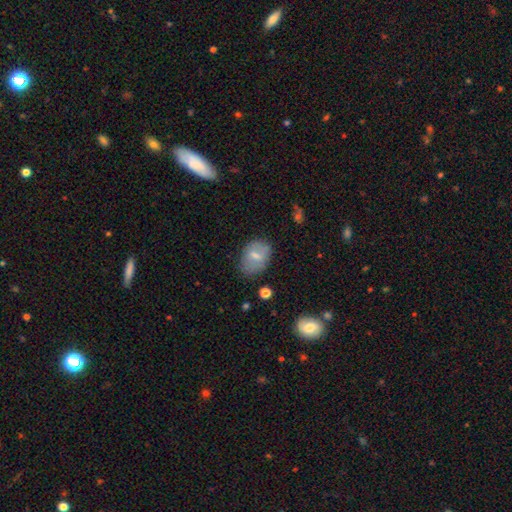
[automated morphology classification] smooth_or_featured: smooth (p=0.64) [alt: featured or disk p=0.28]
how_rounded: in between (p=0.78) [alt: round p=0.20]
merging: none (p=0.67) [alt: minor disturbance p=0.23]